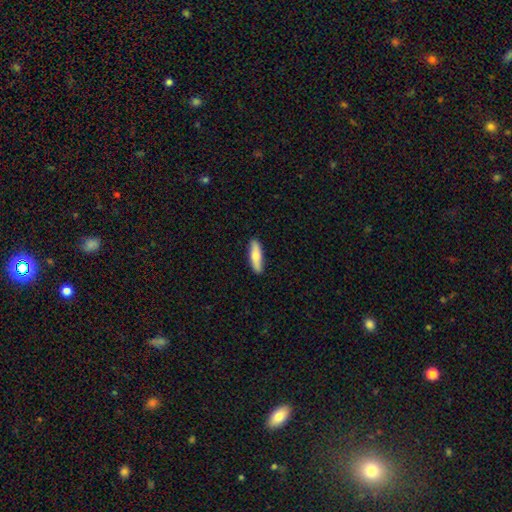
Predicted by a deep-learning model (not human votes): This appears to be a smooth galaxy with no disk features (71%) that is cigar-shaped (66%). Merging: none (88%).